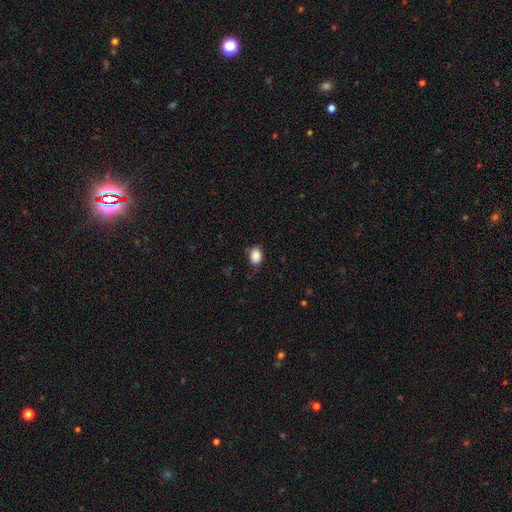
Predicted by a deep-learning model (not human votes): smooth_or_featured: smooth (p=0.88) [alt: star or artifact p=0.08]
how_rounded: in between (p=0.67) [alt: round p=0.32]
merging: none (p=0.78) [alt: minor disturbance p=0.17]